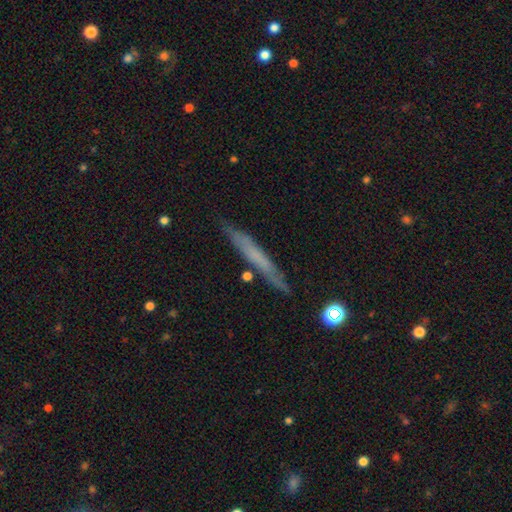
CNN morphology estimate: This is possibly a smooth galaxy (50%). Merging: clearly none (85%).